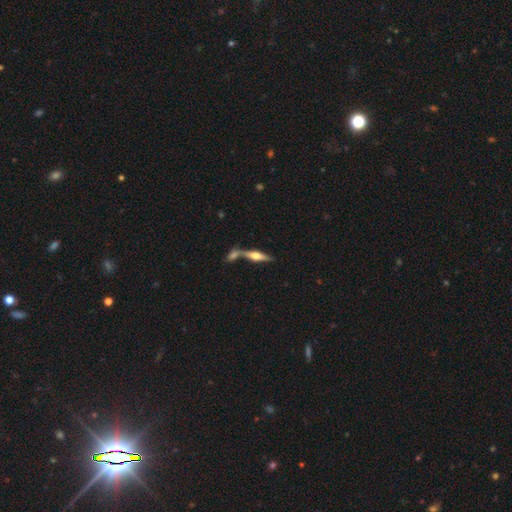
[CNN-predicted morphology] smooth-or-featured: featured or disk: 65% | smooth: 28% | star or artifact: 7%
  disk-edge-on: yes: 95% | no: 5%
    edge-on-bulge: rounded: 91% | boxy: 6% | none: 2%
  merging: none: 56% | merger: 31% | minor disturbance: 9% | major disturbance: 3%